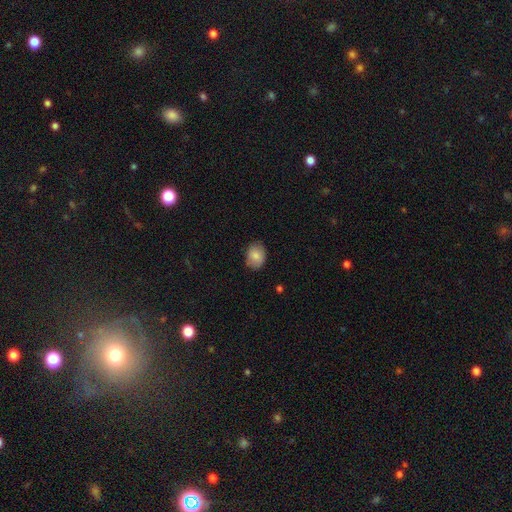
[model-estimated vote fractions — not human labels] Smooth or featured? Predicted: smooth (p=0.85). How rounded? Predicted: in between (p=0.62). Merging? Predicted: none (p=0.81).